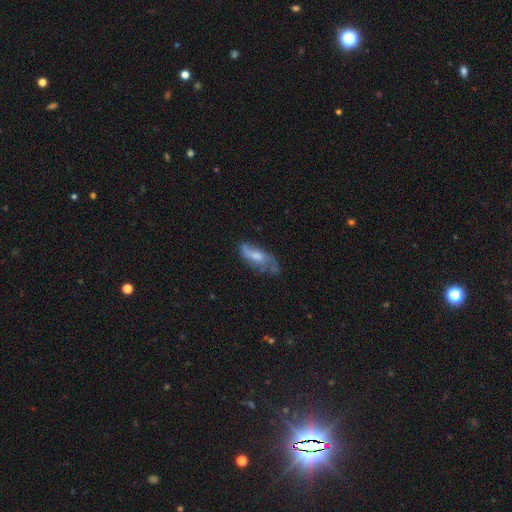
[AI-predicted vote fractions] Q: Smooth or featured?
A: featured or disk (55%); runner-up: smooth (38%)
Q: Edge-on disk?
A: no (85%); runner-up: yes (15%)
Q: Merging?
A: none (52%); runner-up: minor disturbance (29%)